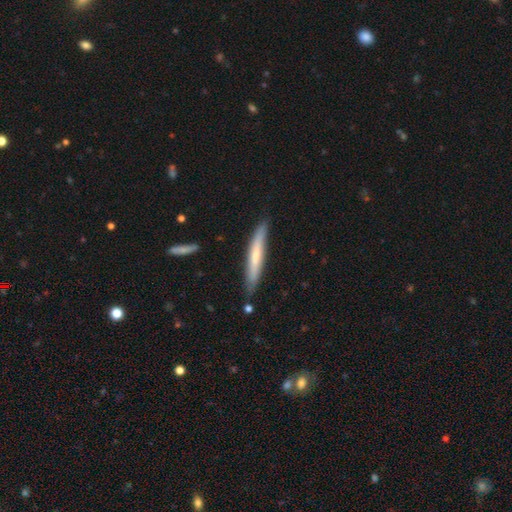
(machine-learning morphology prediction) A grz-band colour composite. It shows a smooth galaxy with no disk features (59%) that is cigar-shaped (94%). Merging: none (84%).